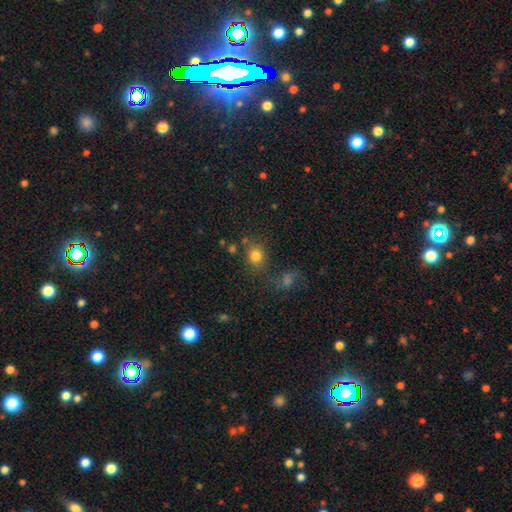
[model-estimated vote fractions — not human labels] Q: Smooth or featured?
A: smooth (79%); runner-up: star or artifact (14%)
Q: How rounded?
A: round (73%); runner-up: in between (26%)
Q: Merging?
A: none (69%); runner-up: minor disturbance (13%)